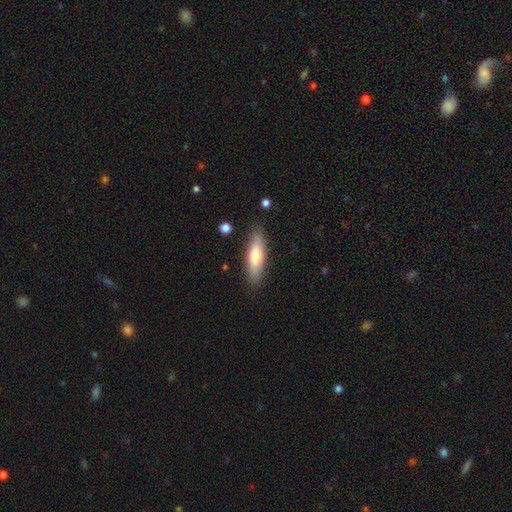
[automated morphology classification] Smooth or featured? Predicted: smooth (p=0.66). How rounded? Predicted: cigar-shaped (p=0.56). Merging? Predicted: none (p=0.86).